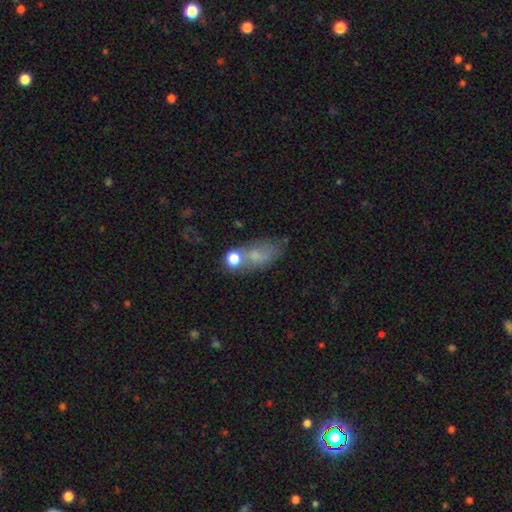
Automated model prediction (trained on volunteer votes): Smooth or featured? Predicted: smooth (p=0.64). How rounded? Predicted: in between (p=0.81). Merging? Predicted: none (p=0.49).